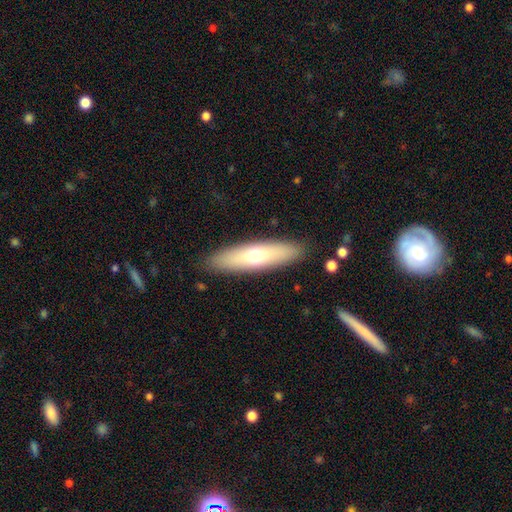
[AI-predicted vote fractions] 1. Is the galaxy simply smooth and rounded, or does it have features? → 60% smooth, 34% featured or disk, 6% star or artifact.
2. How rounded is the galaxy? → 64% cigar-shaped, 34% in between, 2% round.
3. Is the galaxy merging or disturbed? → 89% none, 8% minor disturbance, 2% major disturbance, 1% merger.